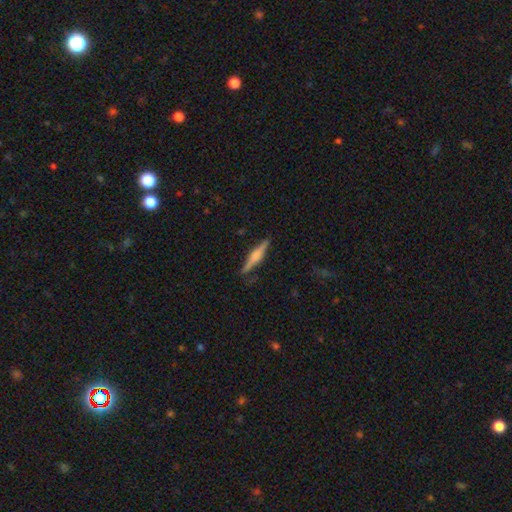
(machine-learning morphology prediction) This appears to be a featured or disk galaxy (55%) viewed edge-on (97%) with a rounded central bulge (74%). Merging: none (86%).